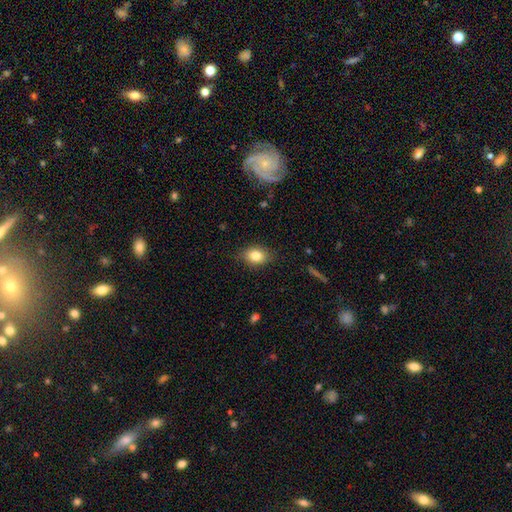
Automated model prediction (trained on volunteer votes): Q: Smooth or featured?
A: smooth (83%); runner-up: star or artifact (9%)
Q: How rounded?
A: in between (72%); runner-up: round (26%)
Q: Merging?
A: none (84%); runner-up: minor disturbance (13%)